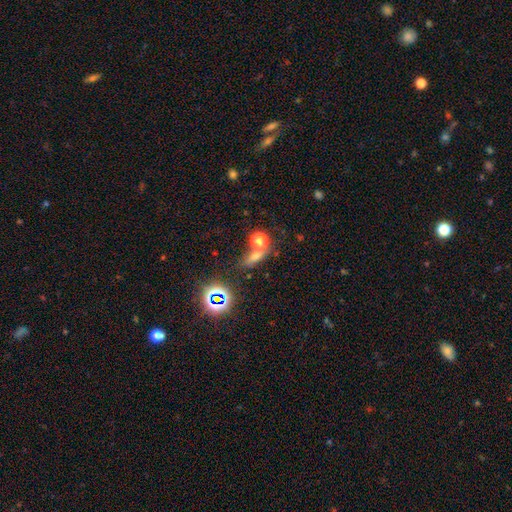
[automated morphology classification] Smooth or featured? Predicted: smooth (p=0.57). How rounded? Predicted: in between (p=0.46). Merging? Predicted: none (p=0.63).